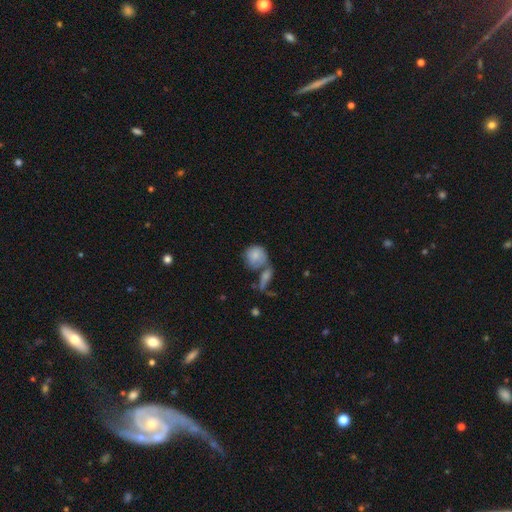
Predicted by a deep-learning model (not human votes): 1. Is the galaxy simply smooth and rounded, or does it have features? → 73% smooth, 19% featured or disk, 8% star or artifact.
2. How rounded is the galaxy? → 77% round, 21% in between, 2% cigar-shaped.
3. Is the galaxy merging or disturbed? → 39% merger, 37% none, 15% minor disturbance, 8% major disturbance.